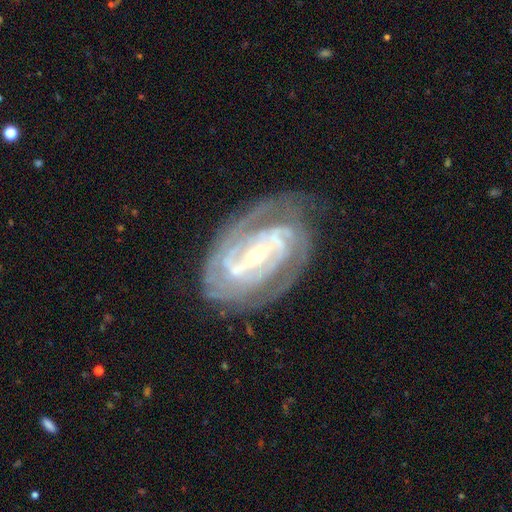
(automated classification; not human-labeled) Smooth or featured: featured or disk — 91% (star or artifact — 5%)
Edge-on disk: no — 96% (yes — 4%)
Bar: strong — 54% (weak — 31%)
Spiral arms: yes — 97% (no — 3%)
Spiral winding: tight — 67% (medium — 29%)
Spiral arm count: 2 — 39% (3 — 22%)
Bulge size: small — 58% (moderate — 38%)
Merging: none — 72% (minor disturbance — 18%)